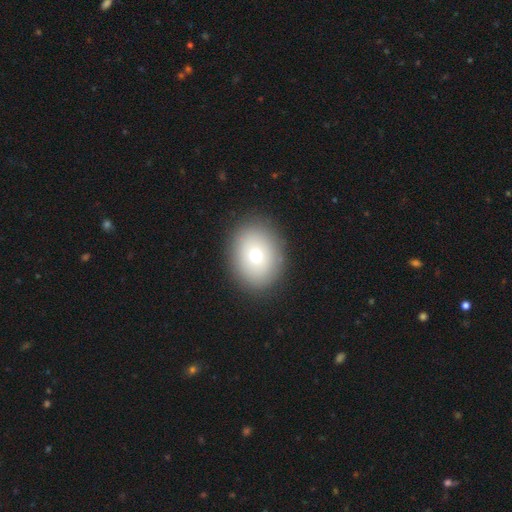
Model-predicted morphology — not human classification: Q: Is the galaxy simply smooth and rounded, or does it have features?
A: smooth — 71%.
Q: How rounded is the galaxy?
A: in between — 51%.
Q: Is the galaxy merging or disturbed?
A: none — 88%.